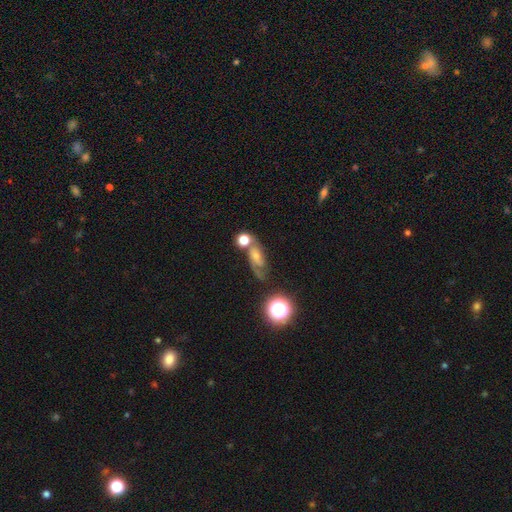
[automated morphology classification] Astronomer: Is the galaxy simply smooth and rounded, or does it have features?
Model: featured or disk — 46% (runner-up: star or artifact, 28%).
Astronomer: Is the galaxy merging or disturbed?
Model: none — 59%.